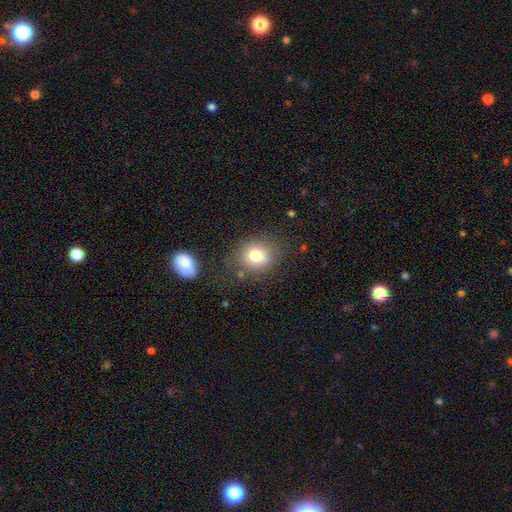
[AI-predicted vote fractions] smooth-or-featured: smooth: 76% | featured or disk: 12% | star or artifact: 12%
  how-rounded: round: 69% | in between: 30% | cigar-shaped: 1%
  merging: none: 75% | minor disturbance: 15% | major disturbance: 6% | merger: 4%